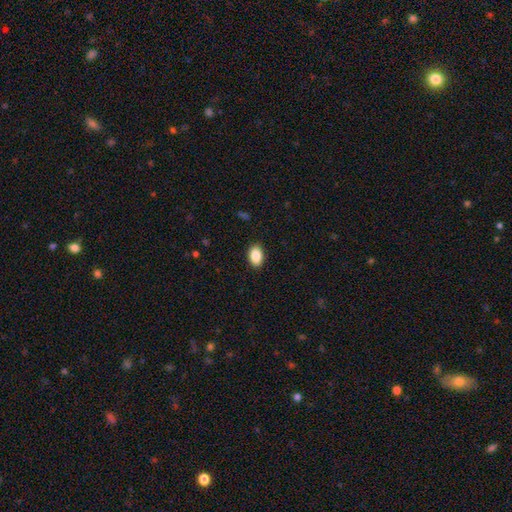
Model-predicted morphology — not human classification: Q: Smooth or featured?
A: smooth (88%); runner-up: star or artifact (7%)
Q: How rounded?
A: in between (88%); runner-up: round (10%)
Q: Merging?
A: none (89%); runner-up: minor disturbance (8%)